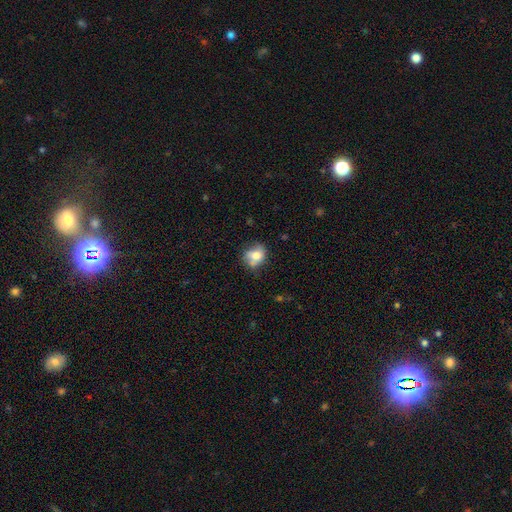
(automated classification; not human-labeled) Smooth or featured? smooth (69%)
How rounded? round (58%)
Merging? none (46%)